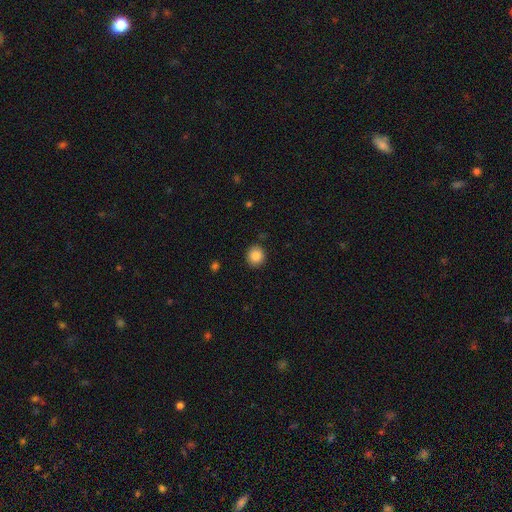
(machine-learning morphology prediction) Smooth or featured? smooth (86%)
How rounded? round (88%)
Merging? none (89%)